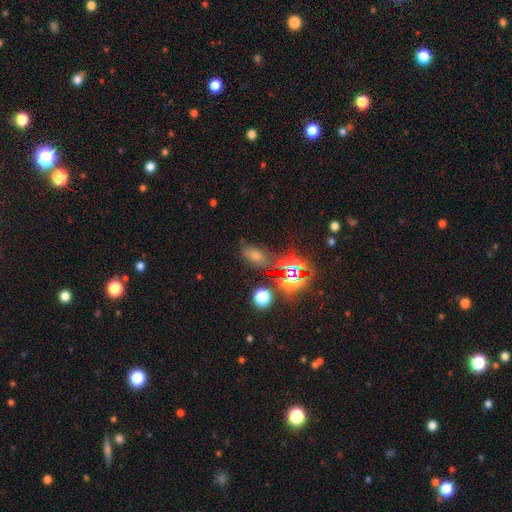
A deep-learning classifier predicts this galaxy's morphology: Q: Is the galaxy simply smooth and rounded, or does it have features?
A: star or artifact — 56%.